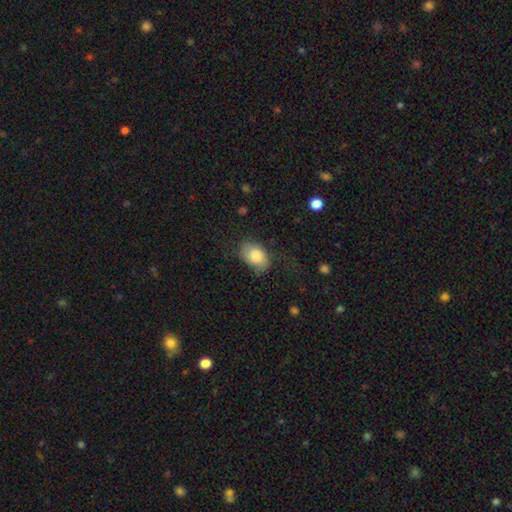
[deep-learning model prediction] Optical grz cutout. It shows a smooth galaxy with no disk features (80%) that is in between round and cigar-shaped (84%). Merging: none (58%).